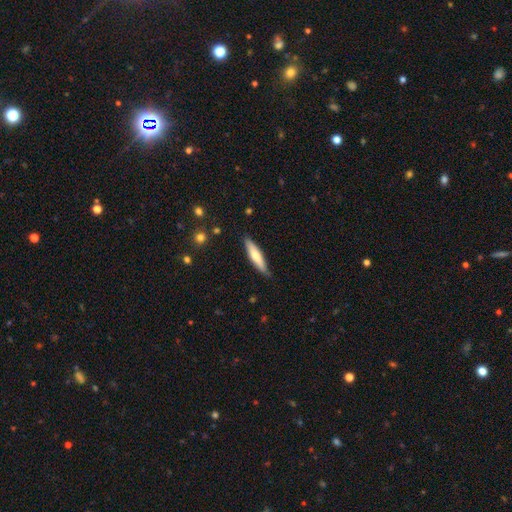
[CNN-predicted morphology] Overall: smooth (61%; featured or disk 33%). How rounded: cigar-shaped (81%). Merging: none (84%).